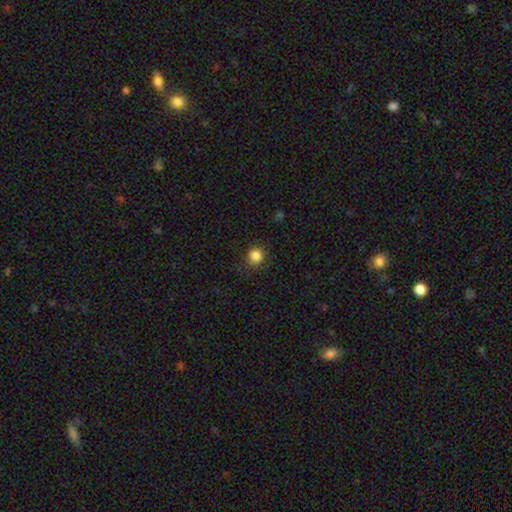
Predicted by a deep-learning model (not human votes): Smooth or featured? smooth (85%)
How rounded? round (90%)
Merging? none (86%)